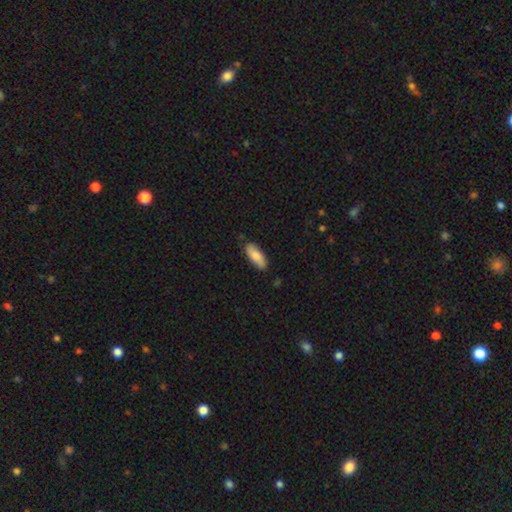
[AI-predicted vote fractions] smooth-or-featured: smooth: 81% | featured or disk: 13% | star or artifact: 6%
  how-rounded: in between: 74% | cigar-shaped: 24% | round: 2%
  merging: none: 84% | minor disturbance: 12% | major disturbance: 2% | merger: 1%